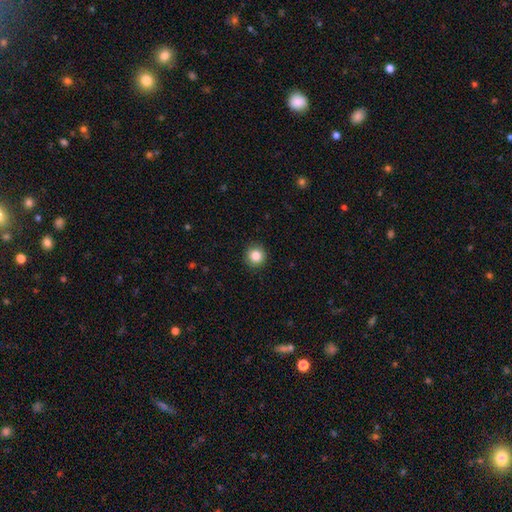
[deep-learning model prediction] Smooth or featured? Predicted: smooth (p=0.85). How rounded? Predicted: round (p=0.95). Merging? Predicted: none (p=0.92).